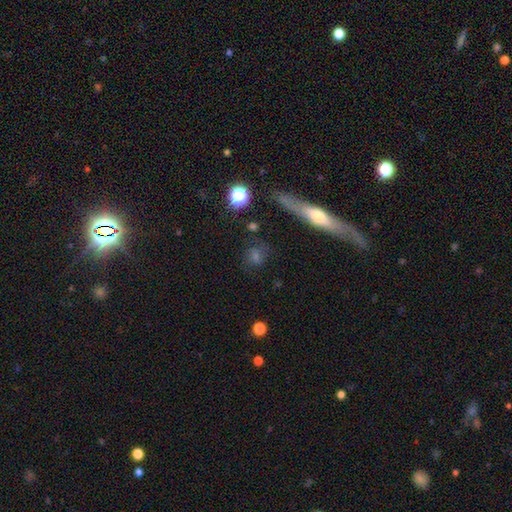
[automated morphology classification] Smooth or featured?
  - smooth: 52% *
  - featured or disk: 29%
  - star or artifact: 19%
How rounded?
  - round: 59% *
  - in between: 21%
  - cigar-shaped: 20%
Merging?
  - none: 80% *
  - minor disturbance: 12%
  - major disturbance: 5%
  - merger: 3%